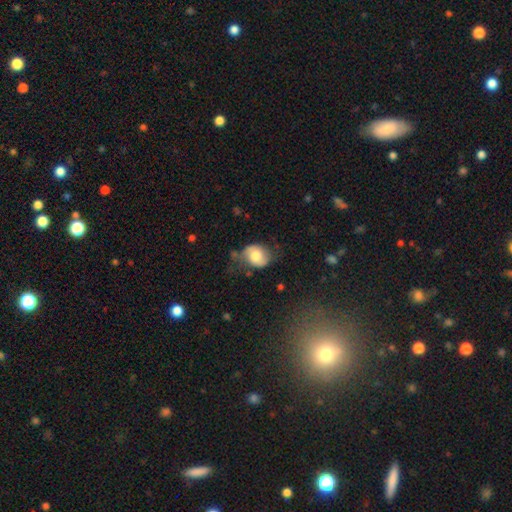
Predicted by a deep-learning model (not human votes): Q: Smooth or featured?
A: smooth (53%); runner-up: featured or disk (40%)
Q: How rounded?
A: in between (53%); runner-up: round (46%)
Q: Merging?
A: none (54%); runner-up: minor disturbance (29%)